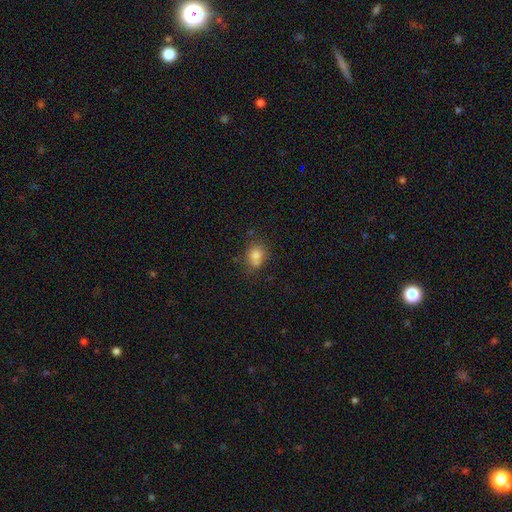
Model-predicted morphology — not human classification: Smooth or featured: smooth — 79% (star or artifact — 12%)
How rounded: round — 58% (in between — 41%)
Merging: none — 54% (minor disturbance — 20%)